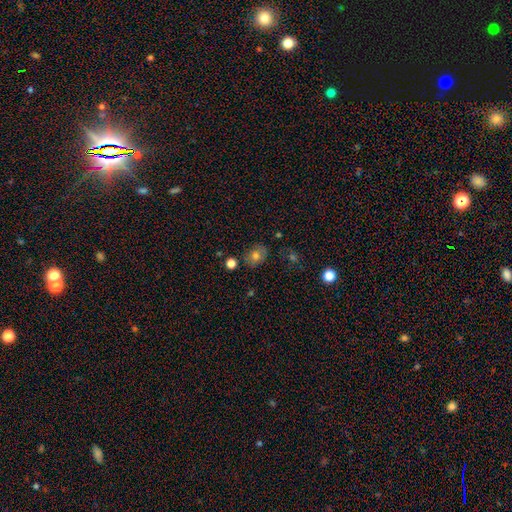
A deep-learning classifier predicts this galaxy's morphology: Overall: smooth (73%). How rounded: in between (54%; round 45%). Merging: none (78%).